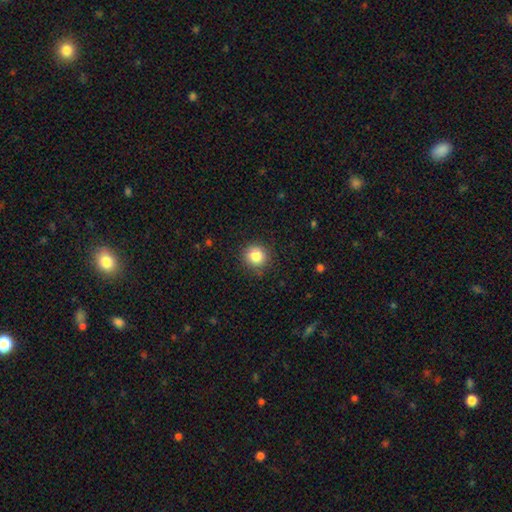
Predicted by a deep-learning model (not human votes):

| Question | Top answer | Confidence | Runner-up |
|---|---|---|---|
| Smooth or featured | smooth | 83% | star or artifact (11%) |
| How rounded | round | 93% | in between (7%) |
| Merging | none | 89% | minor disturbance (8%) |